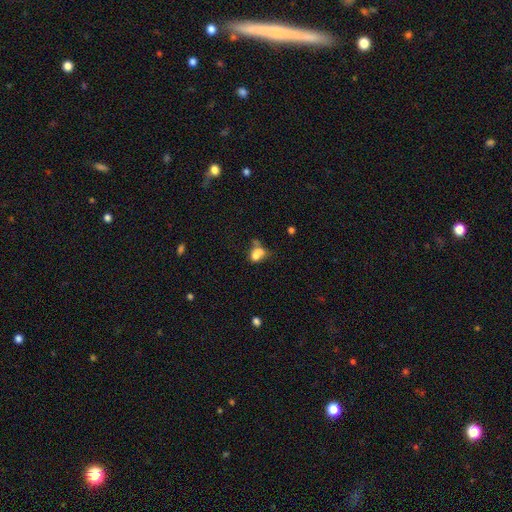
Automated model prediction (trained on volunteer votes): smooth 69%, featured or disk 19%, star or artifact 13%. Down the decision tree: how rounded — in between (69%); merging — merger (48%).